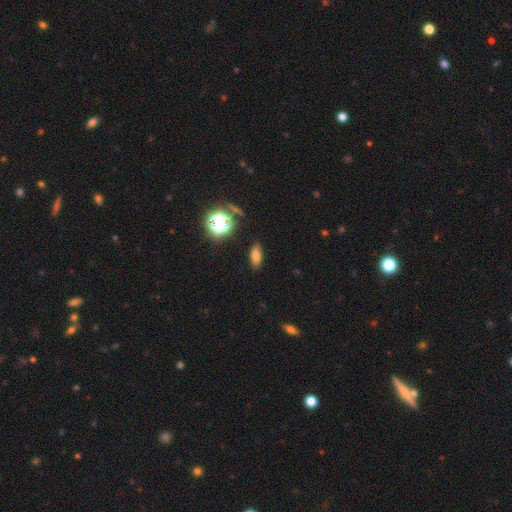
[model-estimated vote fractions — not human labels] smooth_or_featured: smooth (p=0.67) [alt: star or artifact p=0.22]
how_rounded: in between (p=0.81) [alt: cigar-shaped p=0.12]
merging: none (p=0.86) [alt: minor disturbance p=0.10]